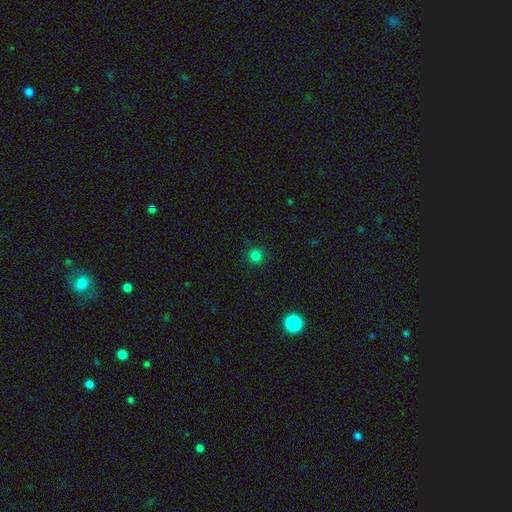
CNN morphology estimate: Q: Smooth or featured?
A: smooth (81%); runner-up: star or artifact (16%)
Q: How rounded?
A: round (95%); runner-up: in between (4%)
Q: Merging?
A: none (91%); runner-up: minor disturbance (6%)